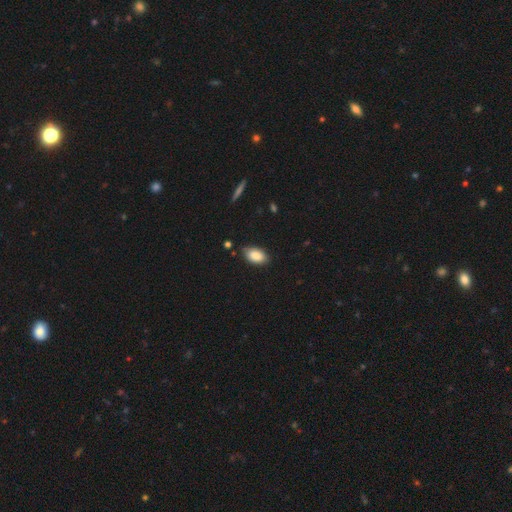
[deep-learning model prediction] Q: Smooth or featured?
A: smooth (87%); runner-up: star or artifact (7%)
Q: How rounded?
A: in between (94%); runner-up: round (4%)
Q: Merging?
A: none (80%); runner-up: minor disturbance (16%)